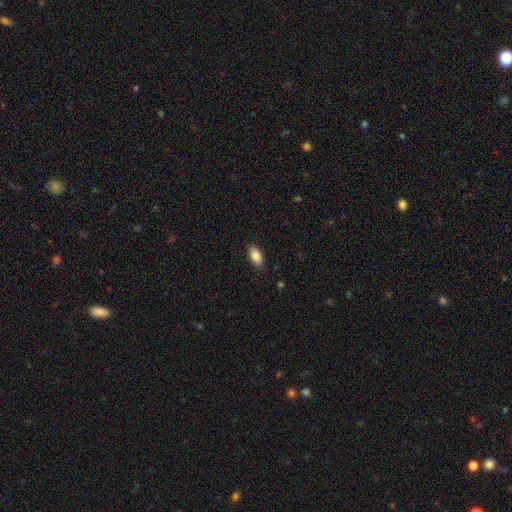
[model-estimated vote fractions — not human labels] smooth_or_featured: smooth (p=0.86) [alt: featured or disk p=0.07]
how_rounded: in between (p=0.92) [alt: cigar-shaped p=0.05]
merging: none (p=0.87) [alt: minor disturbance p=0.10]